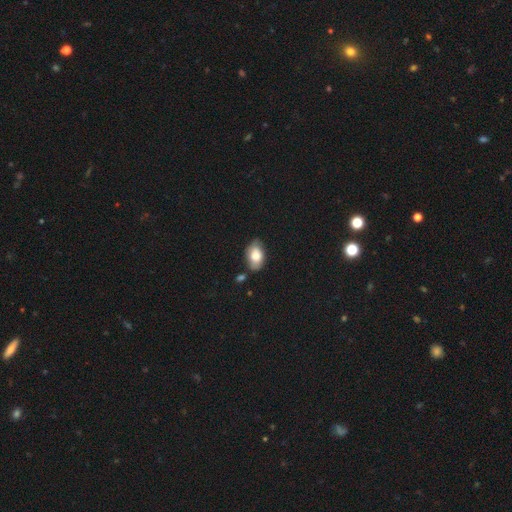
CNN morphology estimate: The model was most divided on "merging": none: 62%, minor disturbance: 27%, merger: 7%, major disturbance: 5%. More confident: how rounded — in between (91%); smooth or featured — smooth (75%).